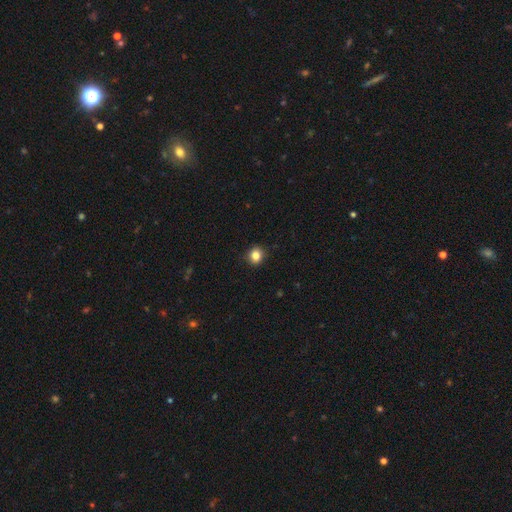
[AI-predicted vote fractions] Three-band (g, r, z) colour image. It shows a smooth galaxy with no disk features (83%) that is round (81%). Merging: none (90%).